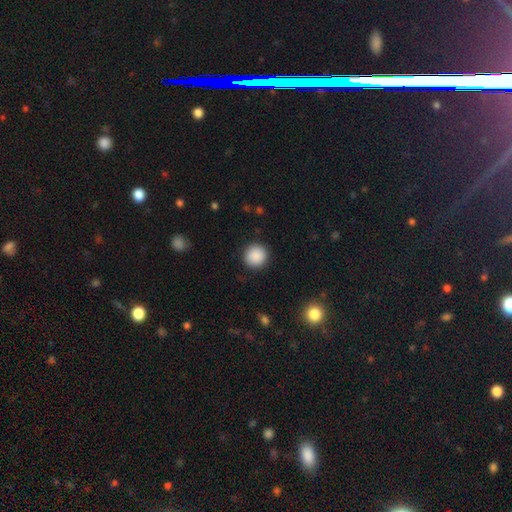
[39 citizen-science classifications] smooth-or-featured: smooth: 85% | featured or disk: 8% | star or artifact: 8%
  how-rounded: round: 97% | in between: 3% | cigar-shaped: 0%
  merging: none: 86% | major disturbance: 6% | merger: 6% | minor disturbance: 3%